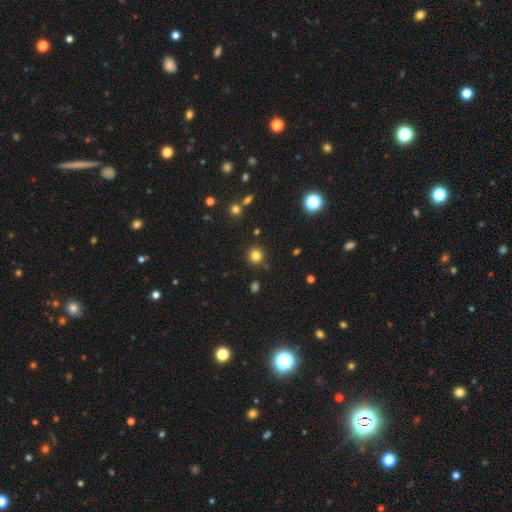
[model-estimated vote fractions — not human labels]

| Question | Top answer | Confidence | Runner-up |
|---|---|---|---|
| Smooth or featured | smooth | 81% | star or artifact (14%) |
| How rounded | round | 93% | in between (6%) |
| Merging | none | 88% | minor disturbance (6%) |